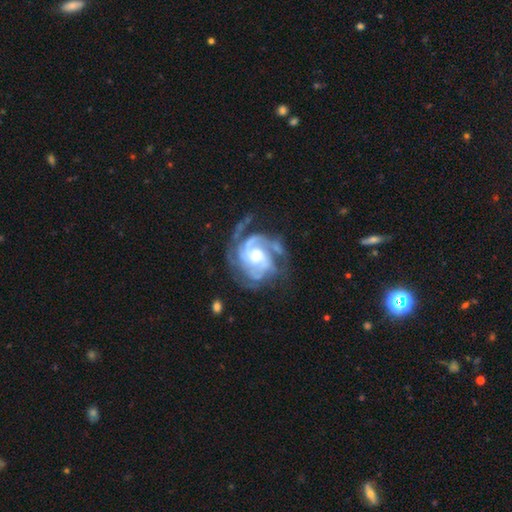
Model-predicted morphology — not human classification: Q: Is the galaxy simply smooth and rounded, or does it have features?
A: featured or disk — 90%.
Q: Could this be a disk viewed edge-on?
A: no — 98%.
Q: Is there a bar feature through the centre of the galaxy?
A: no — 60%.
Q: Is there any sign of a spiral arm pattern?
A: yes — 97%.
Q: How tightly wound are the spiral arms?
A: tight — 57%.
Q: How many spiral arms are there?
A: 3 — 37%.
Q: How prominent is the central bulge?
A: moderate — 61%.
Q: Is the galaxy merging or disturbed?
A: none — 62%.